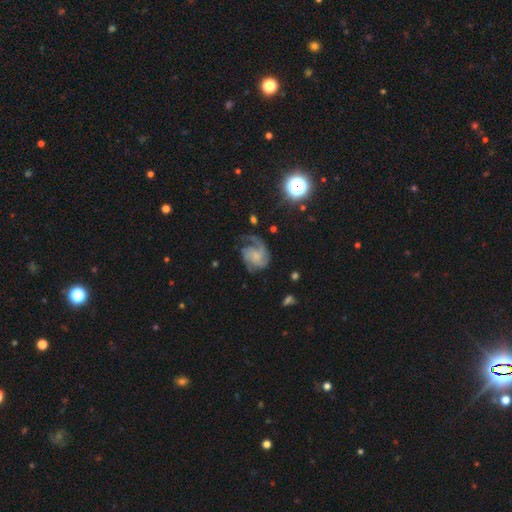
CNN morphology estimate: Smooth or featured? Predicted: featured or disk (p=0.74). Edge-on disk? Predicted: no (p=0.98). Bar? Predicted: no (p=0.71). Spiral arms? Predicted: yes (p=0.94). Spiral winding? Predicted: medium (p=0.42). Spiral arm count? Predicted: 3 (p=0.24, tied with 1 and 2). Bulge size? Predicted: small (p=0.40). Merging? Predicted: none (p=0.47).